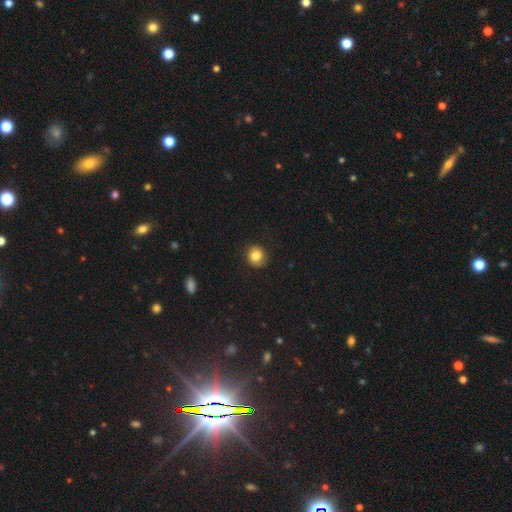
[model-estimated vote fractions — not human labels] Smooth or featured? smooth (83%)
How rounded? round (86%)
Merging? none (89%)